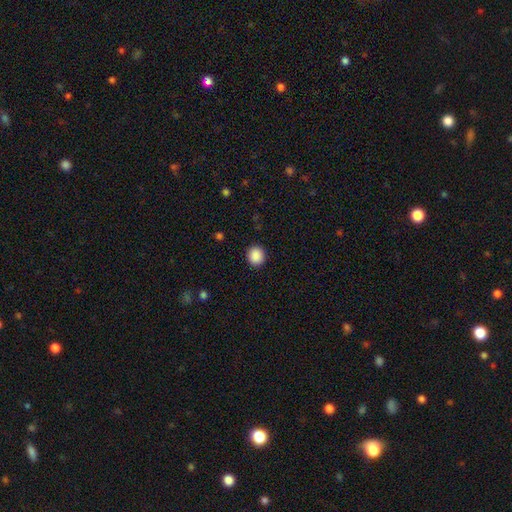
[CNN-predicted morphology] smooth_or_featured: smooth (p=0.89) [alt: star or artifact p=0.09]
how_rounded: round (p=0.84) [alt: in between p=0.15]
merging: none (p=0.91) [alt: minor disturbance p=0.06]